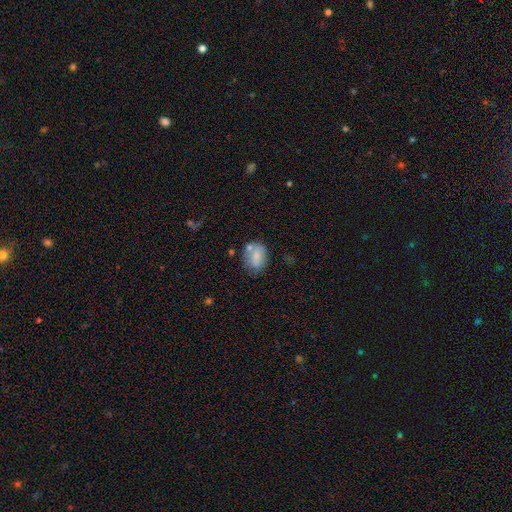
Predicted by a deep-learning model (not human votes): Smooth or featured: smooth — 71% (featured or disk — 20%)
How rounded: in between — 66% (round — 33%)
Merging: none — 49% (minor disturbance — 26%)